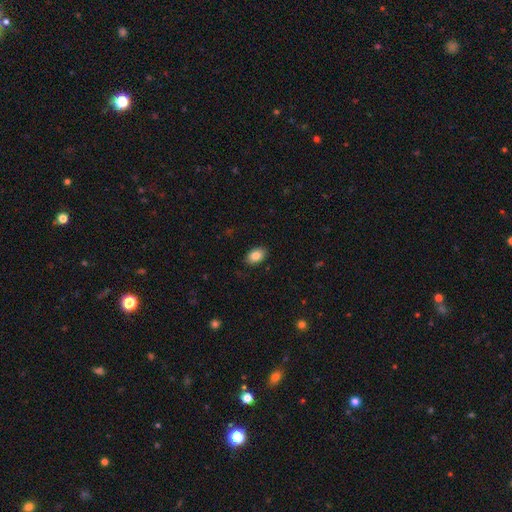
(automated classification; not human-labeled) This appears to be a smooth galaxy with no disk features (85%) that is in between round and cigar-shaped (87%). Merging: none (88%).